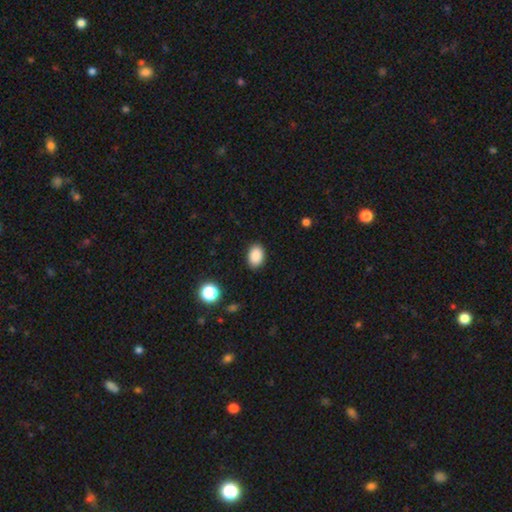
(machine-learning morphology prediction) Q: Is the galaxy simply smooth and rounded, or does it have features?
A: smooth — 88%.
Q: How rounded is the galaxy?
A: in between — 80%.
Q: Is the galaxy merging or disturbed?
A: none — 89%.